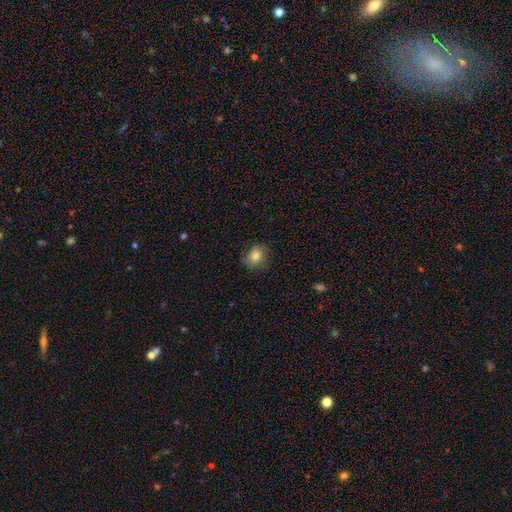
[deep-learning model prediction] Smooth or featured: smooth — 79% (featured or disk — 12%)
How rounded: round — 53% (in between — 46%)
Merging: none — 76% (minor disturbance — 19%)